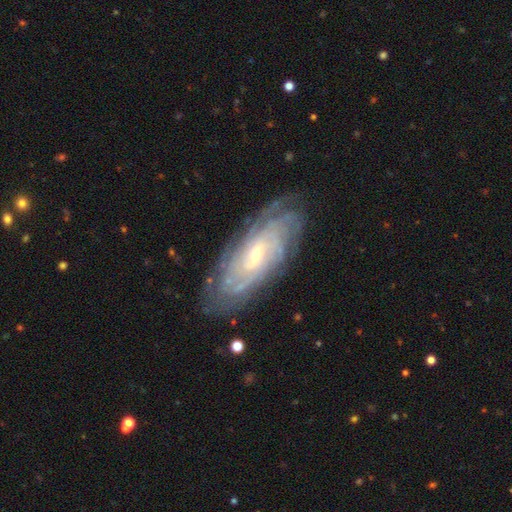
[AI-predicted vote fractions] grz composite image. It shows a featured or disk galaxy (84%) with no bar (57%), tight (79%) spiral arms (96%) and a small central bulge (68%). Merging: none (82%).